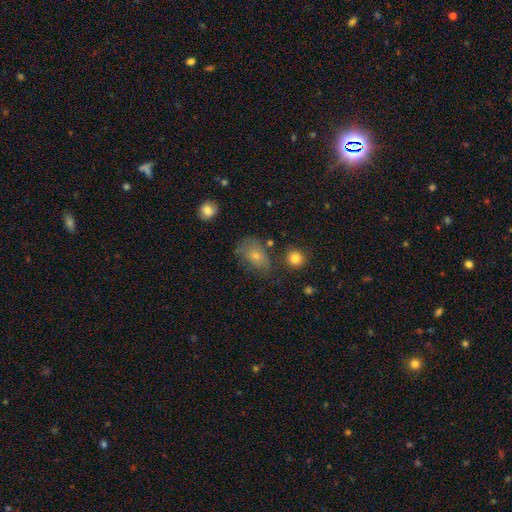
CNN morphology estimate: The model was most divided on "merging": none: 55%, minor disturbance: 27%, major disturbance: 13%, merger: 5%. More confident: how rounded — in between (73%); smooth or featured — smooth (56%).